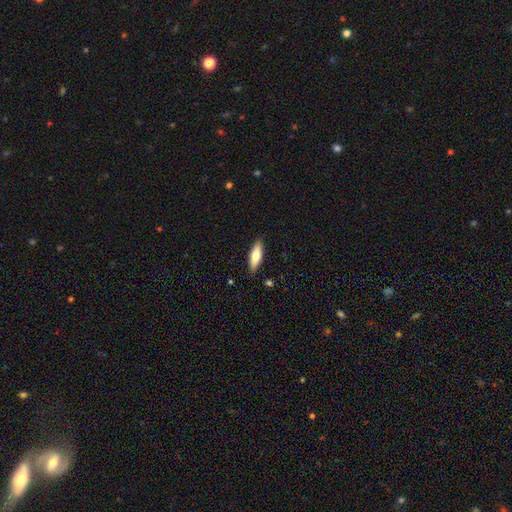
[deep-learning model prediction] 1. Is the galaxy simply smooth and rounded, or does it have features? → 64% smooth, 30% featured or disk, 6% star or artifact.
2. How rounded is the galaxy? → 52% in between, 46% cigar-shaped, 2% round.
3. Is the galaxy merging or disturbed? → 88% none, 9% minor disturbance, 2% major disturbance, 1% merger.